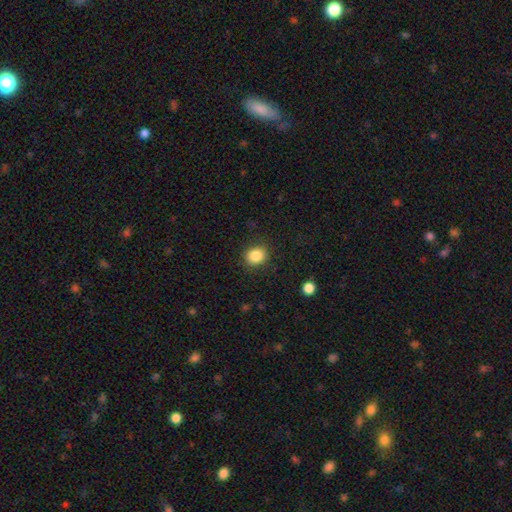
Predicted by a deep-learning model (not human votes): smooth 86%, star or artifact 10%, featured or disk 4%. Down the decision tree: how rounded — round (69%); merging — none (87%).